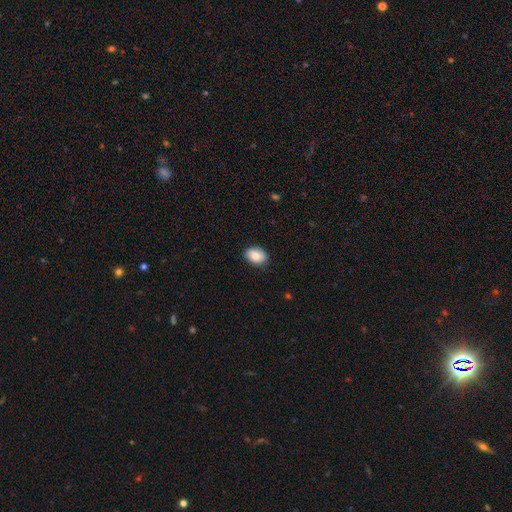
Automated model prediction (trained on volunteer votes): smooth 85%, featured or disk 8%, star or artifact 7%. Down the decision tree: how rounded — in between (81%); merging — none (83%).